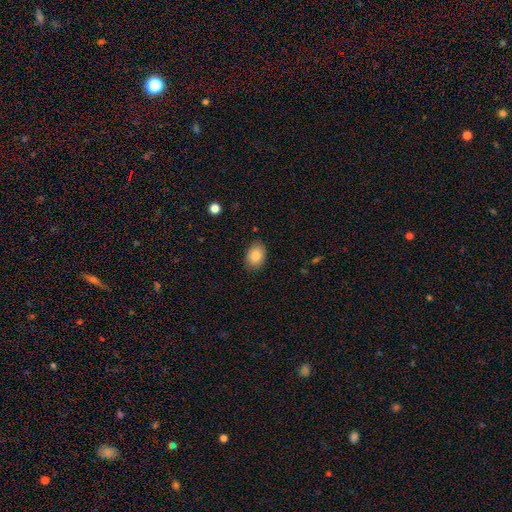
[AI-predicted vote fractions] Smooth or featured? smooth (86%)
How rounded? in between (77%)
Merging? none (84%)